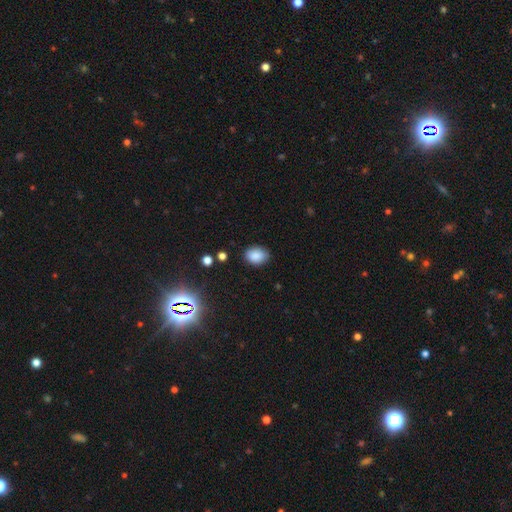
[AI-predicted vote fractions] This appears to be a smooth galaxy with no disk features (86%) that is in between round and cigar-shaped (66%). Merging: none (82%).